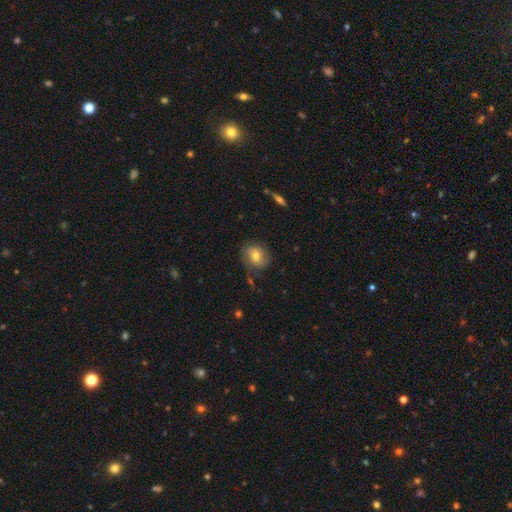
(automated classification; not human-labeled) smooth-or-featured: smooth: 65% | featured or disk: 26% | star or artifact: 9%
  how-rounded: round: 59% | in between: 39% | cigar-shaped: 1%
  merging: none: 66% | minor disturbance: 21% | major disturbance: 9% | merger: 4%